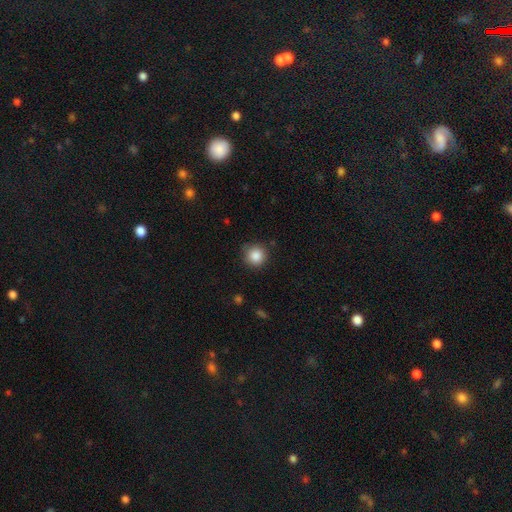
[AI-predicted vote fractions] smooth_or_featured: smooth (p=0.87) [alt: star or artifact p=0.10]
how_rounded: round (p=0.94) [alt: in between p=0.05]
merging: none (p=0.84) [alt: minor disturbance p=0.12]